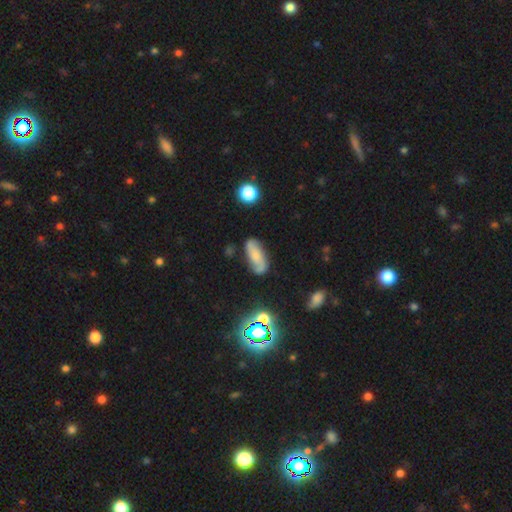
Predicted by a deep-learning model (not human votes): Smooth or featured: featured or disk — 46% (smooth — 43%)
Merging: none — 69% (minor disturbance — 21%)